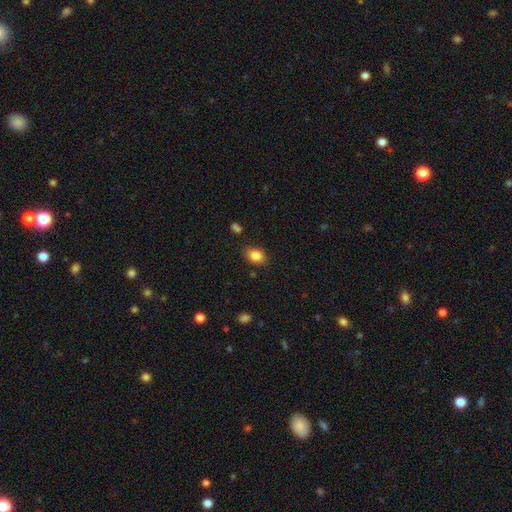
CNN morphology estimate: This is clearly a smooth galaxy (84%). How rounded: likely in between (74%). Merging: clearly none (82%).